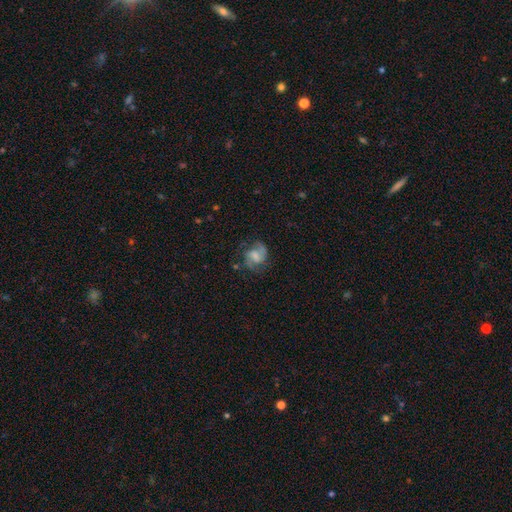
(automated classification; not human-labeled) smooth-or-featured: featured or disk: 70% | smooth: 22% | star or artifact: 8%
  disk-edge-on: no: 98% | yes: 2%
    bar: weak: 50% | no: 32% | strong: 18%
    has-spiral-arms: yes: 92% | no: 8%
      spiral-winding: medium: 52% | loose: 27% | tight: 21%
      spiral-arm-count: 2: 82% | can't tell: 7% | 1: 4% | 3: 4% | 4: 1% | more than 4: 1%
    bulge-size: small: 32% | moderate: 31% | none: 25% | large: 10% | dominant: 2%
  merging: none: 64% | minor disturbance: 20% | major disturbance: 13% | merger: 2%